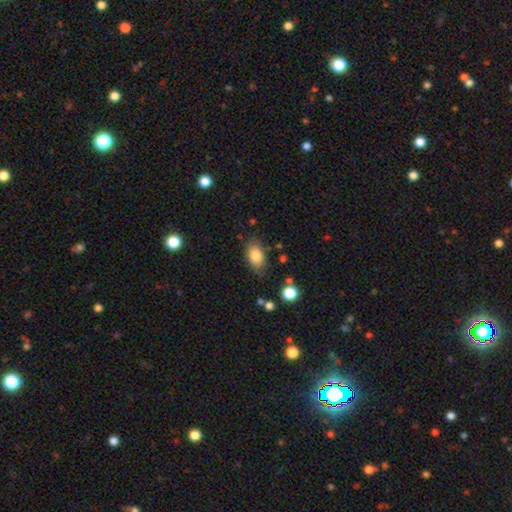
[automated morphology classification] Smooth or featured? smooth (84%)
How rounded? in between (88%)
Merging? none (75%)